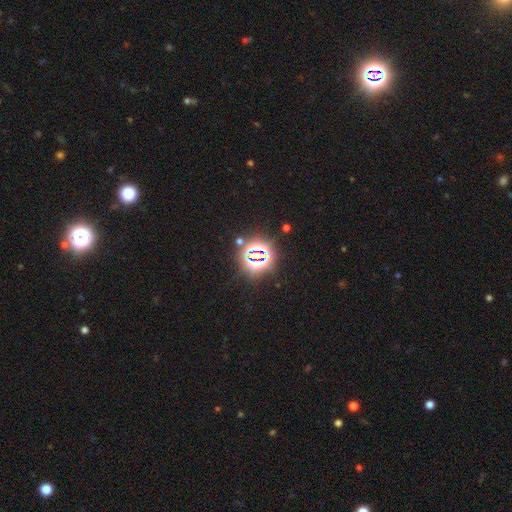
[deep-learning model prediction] Smooth or featured: star or artifact — 76% (smooth — 15%)